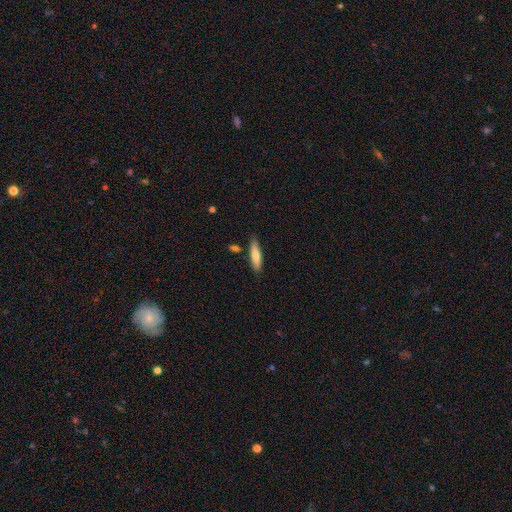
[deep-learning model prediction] The model was most divided on "how rounded": cigar-shaped: 72%, in between: 27%, round: 2%. More confident: merging — none (82%); smooth or featured — smooth (73%).